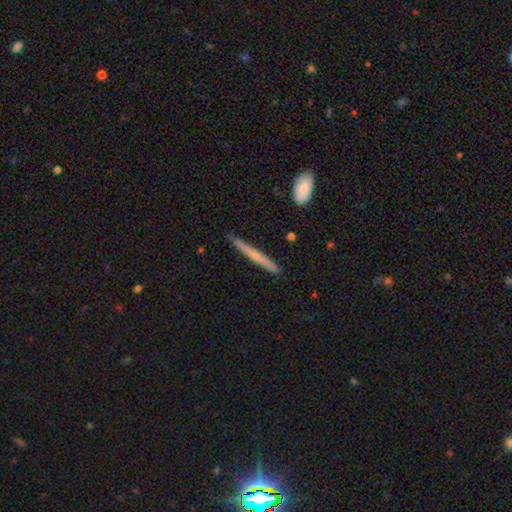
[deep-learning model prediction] Smooth or featured?
  - smooth: 48% *
  - featured or disk: 47%
  - star or artifact: 5%
Merging?
  - none: 89% *
  - minor disturbance: 8%
  - merger: 1%
  - major disturbance: 1%